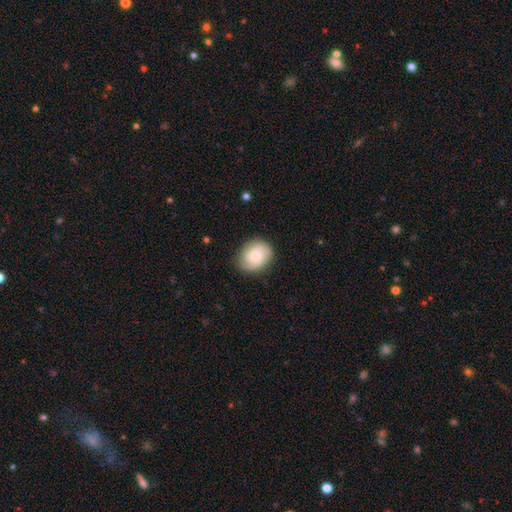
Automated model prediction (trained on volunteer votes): A featured or disk galaxy (47%). Merging: none (83%).